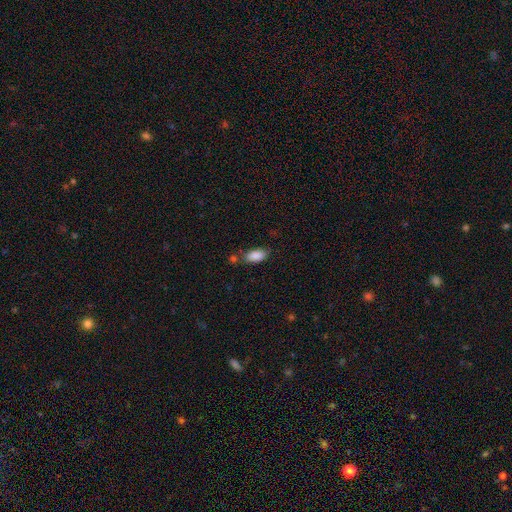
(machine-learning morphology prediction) type=smooth (88%); roundness=in between (91%); merging=none (66%).